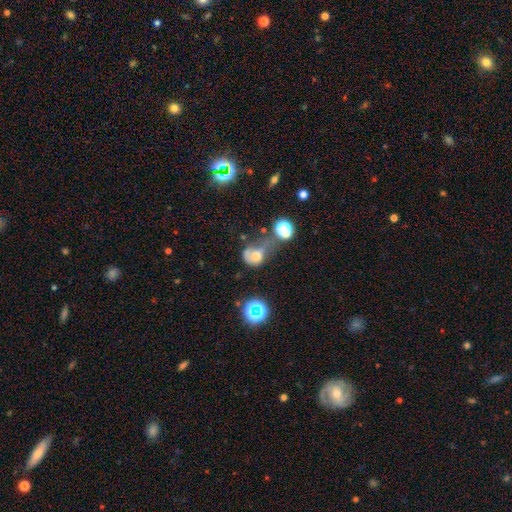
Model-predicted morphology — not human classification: Smooth or featured?
  - smooth: 54% *
  - featured or disk: 29%
  - star or artifact: 17%
How rounded?
  - round: 52% *
  - in between: 46%
  - cigar-shaped: 1%
Merging?
  - major disturbance: 42% *
  - merger: 24%
  - minor disturbance: 18%
  - none: 16%